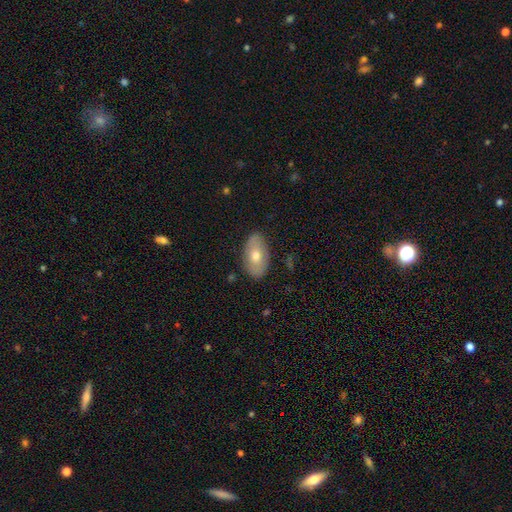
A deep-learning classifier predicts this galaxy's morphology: The model was most divided on "smooth or featured": smooth: 65%, featured or disk: 29%, star or artifact: 6%. More confident: how rounded — in between (92%); merging — none (82%).